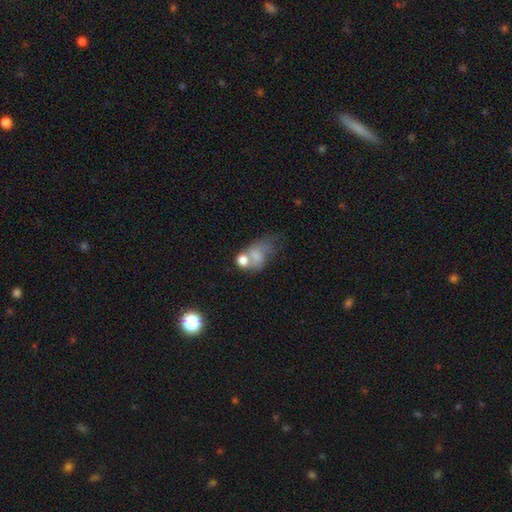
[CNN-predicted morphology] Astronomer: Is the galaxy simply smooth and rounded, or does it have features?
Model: smooth — 60%.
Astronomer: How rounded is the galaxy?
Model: in between — 69%.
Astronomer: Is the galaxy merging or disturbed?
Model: merger — 45% (runner-up: major disturbance, 24%).